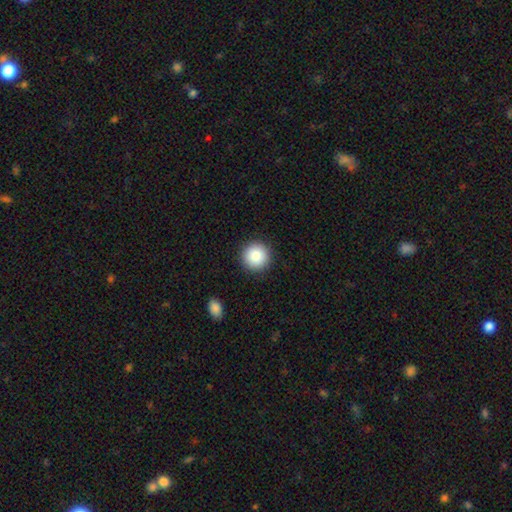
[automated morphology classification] smooth 84%, star or artifact 9%, featured or disk 7%. Down the decision tree: how rounded — round (95%); merging — none (91%).